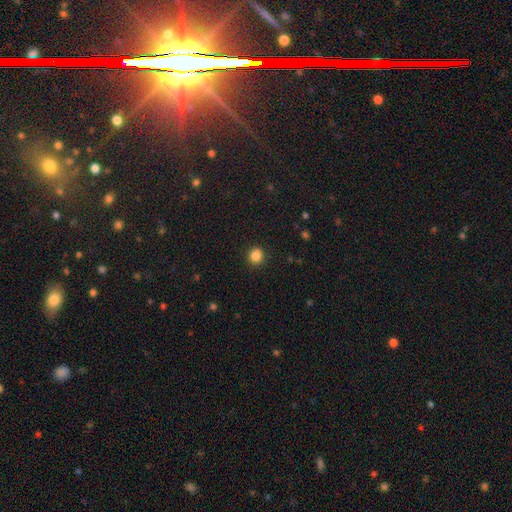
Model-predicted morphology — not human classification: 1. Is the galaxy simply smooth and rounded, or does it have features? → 86% smooth, 11% star or artifact, 3% featured or disk.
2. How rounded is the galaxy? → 87% round, 12% in between, 1% cigar-shaped.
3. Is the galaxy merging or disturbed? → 91% none, 6% minor disturbance, 2% major disturbance, 1% merger.